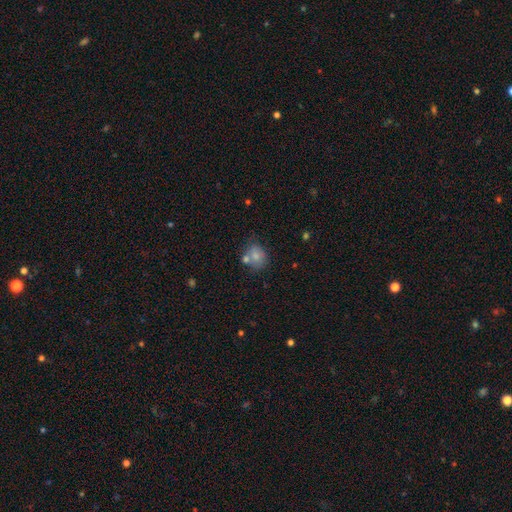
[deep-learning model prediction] smooth_or_featured: smooth (p=0.75) [alt: featured or disk p=0.15]
how_rounded: round (p=0.59) [alt: in between p=0.40]
merging: none (p=0.47) [alt: merger p=0.28]